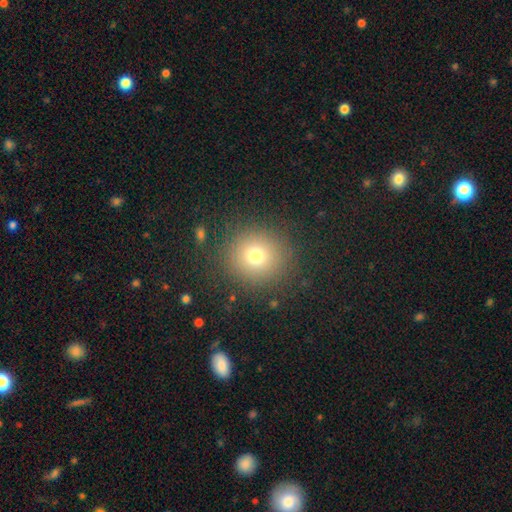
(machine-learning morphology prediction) smooth_or_featured: smooth (p=0.73) [alt: star or artifact p=0.16]
how_rounded: round (p=0.90) [alt: in between p=0.09]
merging: none (p=0.87) [alt: minor disturbance p=0.08]